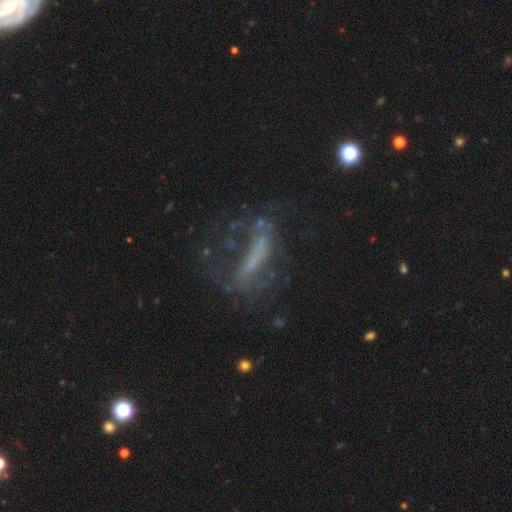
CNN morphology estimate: Smooth or featured: featured or disk — 61% (smooth — 21%)
Edge-on disk: no — 79% (yes — 21%)
Merging: none — 43% (major disturbance — 34%)